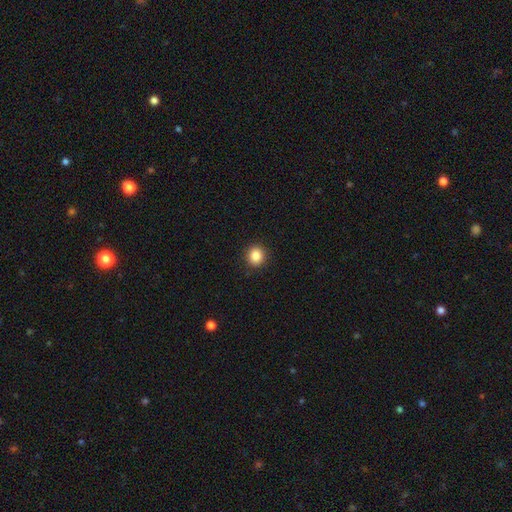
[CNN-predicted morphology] This appears to be a smooth galaxy with no disk features (85%) that is round (86%). Merging: none (92%).